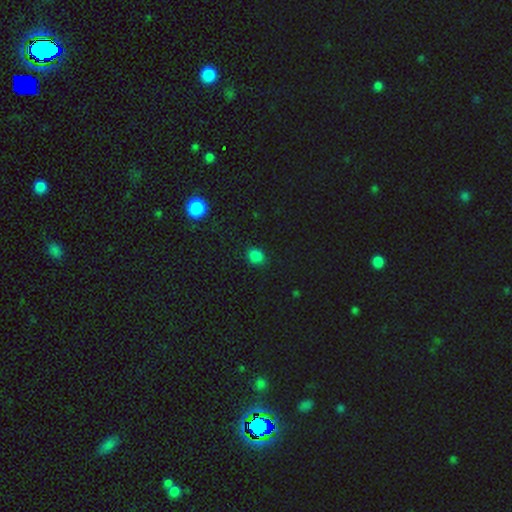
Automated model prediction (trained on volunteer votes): A smooth galaxy with no disk features (80%) that is round (64%). Merging: none (84%).